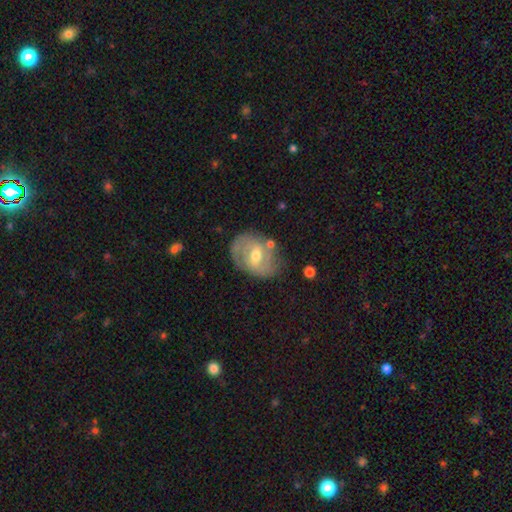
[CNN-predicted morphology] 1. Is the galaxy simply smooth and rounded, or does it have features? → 68% featured or disk, 25% smooth, 7% star or artifact.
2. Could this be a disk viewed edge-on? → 95% no, 5% yes.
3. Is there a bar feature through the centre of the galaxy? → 52% weak, 26% no, 22% strong.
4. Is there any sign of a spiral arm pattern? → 71% yes, 29% no.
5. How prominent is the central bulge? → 70% moderate, 24% small, 4% large, 1% none, 1% dominant.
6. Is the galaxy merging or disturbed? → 69% none, 20% minor disturbance, 6% major disturbance, 4% merger.